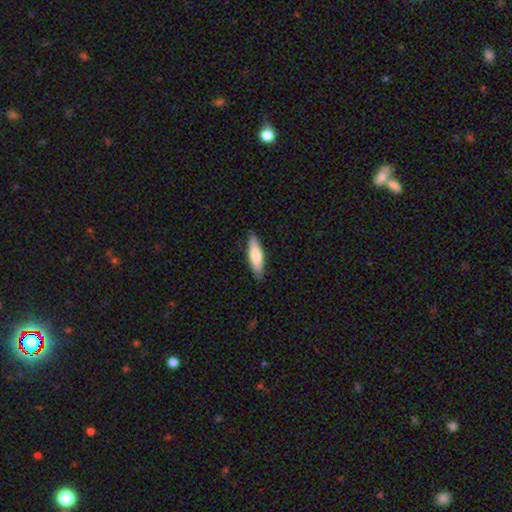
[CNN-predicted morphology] Smooth or featured: smooth — 76% (featured or disk — 19%)
How rounded: cigar-shaped — 63% (in between — 35%)
Merging: none — 87% (minor disturbance — 10%)